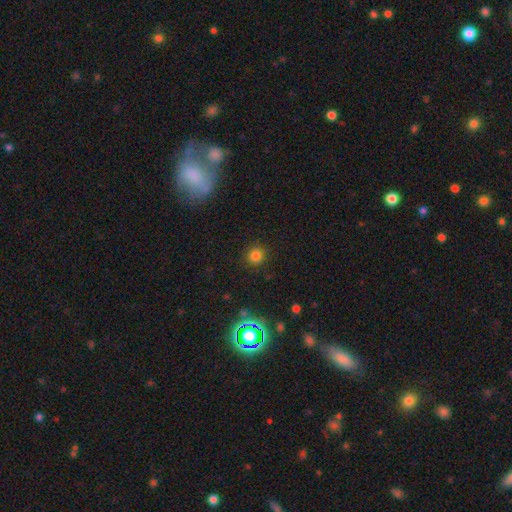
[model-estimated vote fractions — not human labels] smooth_or_featured: smooth (p=0.77) [alt: star or artifact p=0.18]
how_rounded: round (p=0.91) [alt: in between p=0.08]
merging: none (p=0.89) [alt: minor disturbance p=0.07]